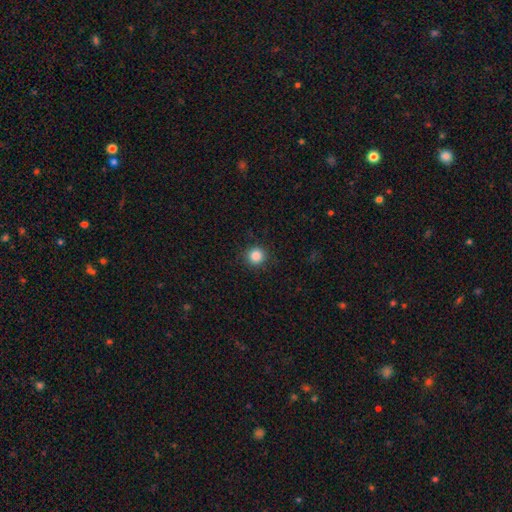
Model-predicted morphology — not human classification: type=smooth (86%); roundness=round (94%); merging=none (90%).